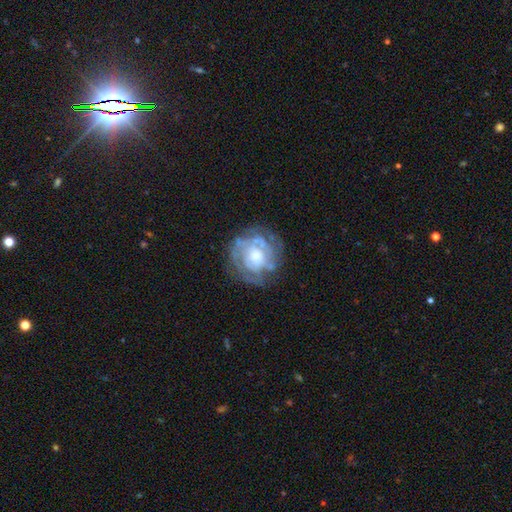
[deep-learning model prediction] Morphology: type=featured or disk (71%); edge-on=no (97%); bar=no (81%); spiral arms=yes (61%); bulge=moderate (42%); merging=none (65%).